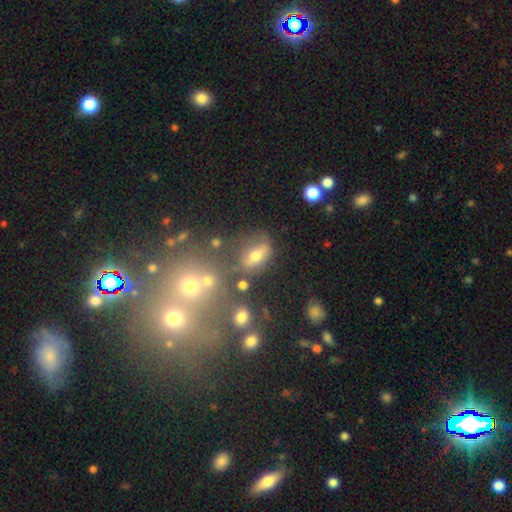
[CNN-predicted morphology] Overall: smooth (59%; featured or disk 25%). How rounded: in between (73%). Merging: none (61%).